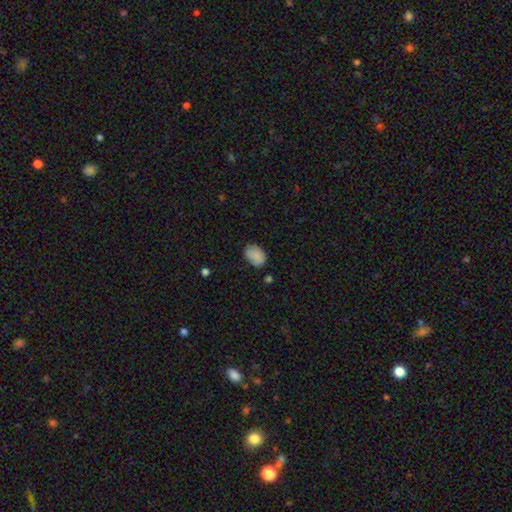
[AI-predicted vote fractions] smooth_or_featured: smooth (p=0.86) [alt: star or artifact p=0.09]
how_rounded: in between (p=0.80) [alt: round p=0.19]
merging: none (p=0.68) [alt: minor disturbance p=0.24]